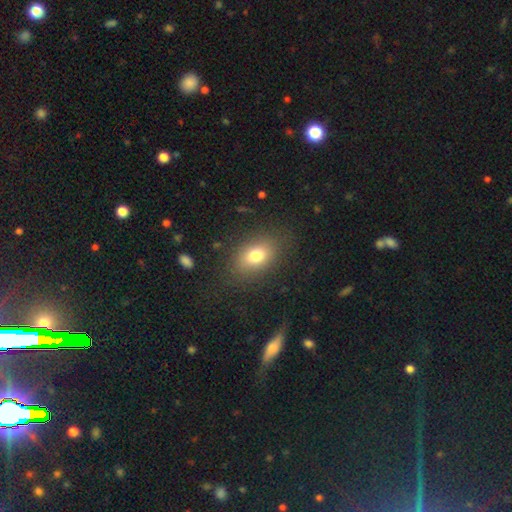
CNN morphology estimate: Smooth or featured?
  - smooth: 76% *
  - featured or disk: 13%
  - star or artifact: 11%
How rounded?
  - in between: 79% *
  - round: 19%
  - cigar-shaped: 2%
Merging?
  - none: 81% *
  - minor disturbance: 12%
  - major disturbance: 6%
  - merger: 1%